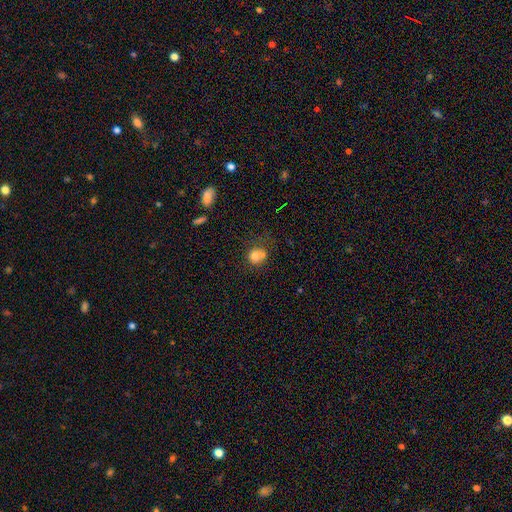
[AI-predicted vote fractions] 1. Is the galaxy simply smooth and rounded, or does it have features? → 72% smooth, 16% featured or disk, 12% star or artifact.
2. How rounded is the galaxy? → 77% round, 22% in between, 1% cigar-shaped.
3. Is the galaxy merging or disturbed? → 48% merger, 36% none, 11% minor disturbance, 6% major disturbance.